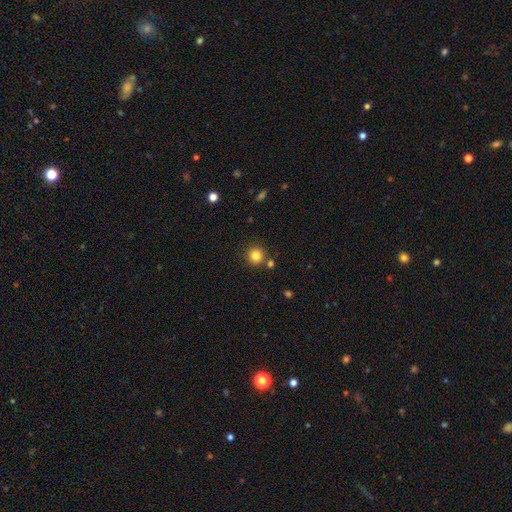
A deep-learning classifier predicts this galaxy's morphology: Smooth or featured? smooth (82%)
How rounded? round (94%)
Merging? none (81%)